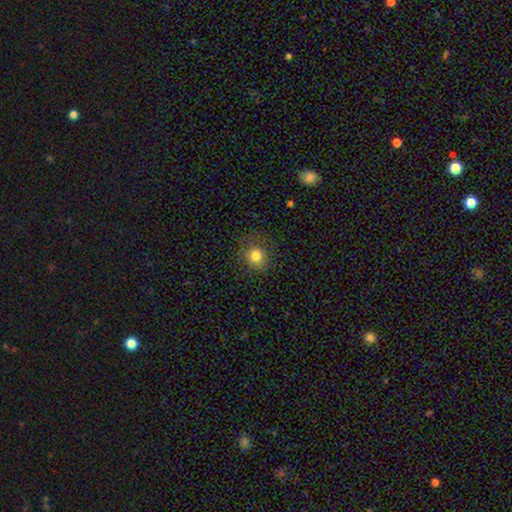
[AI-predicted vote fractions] Morphology: type=smooth (79%); roundness=round (88%); merging=none (84%).